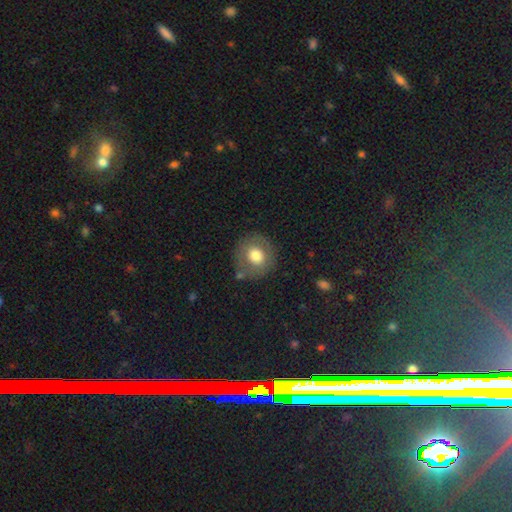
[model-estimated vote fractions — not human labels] This is likely a smooth galaxy (69%). How rounded: clearly round (89%). Merging: likely none (77%).